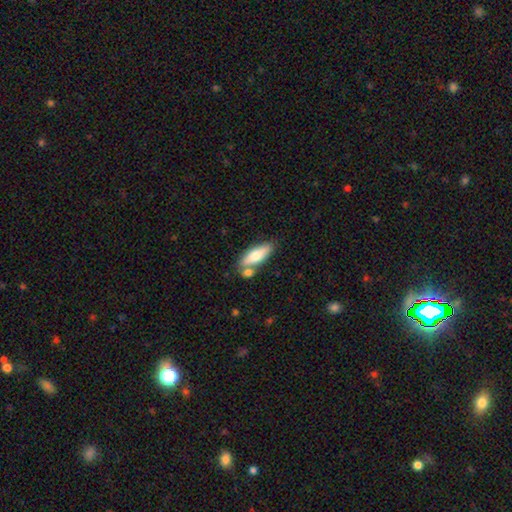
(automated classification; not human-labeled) smooth-or-featured: smooth: 72% | featured or disk: 22% | star or artifact: 6%
  how-rounded: in between: 61% | cigar-shaped: 37% | round: 2%
  merging: none: 60% | merger: 22% | minor disturbance: 14% | major disturbance: 4%